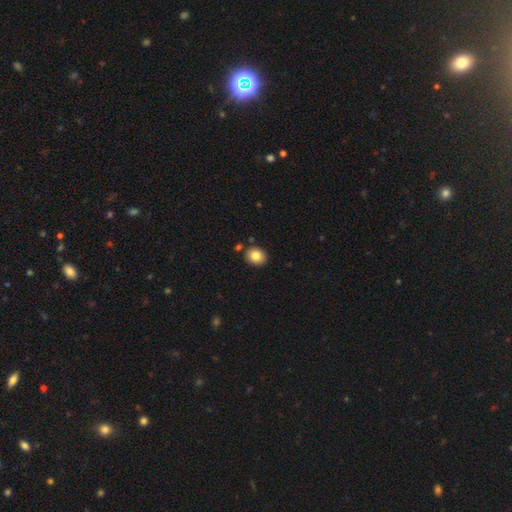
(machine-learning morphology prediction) Q: Smooth or featured?
A: smooth (83%); runner-up: star or artifact (9%)
Q: How rounded?
A: round (66%); runner-up: in between (33%)
Q: Merging?
A: none (86%); runner-up: minor disturbance (8%)